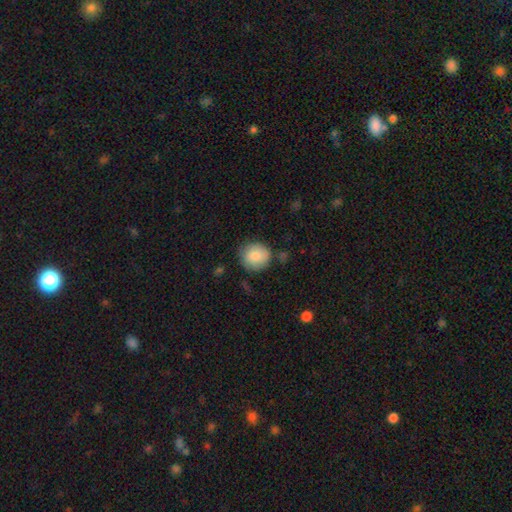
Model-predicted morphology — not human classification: type=smooth (86%); roundness=round (87%); merging=none (76%).